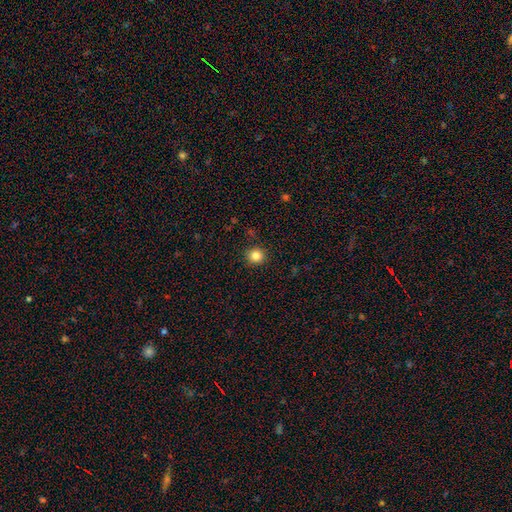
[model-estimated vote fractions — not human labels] Smooth or featured: smooth — 84% (star or artifact — 11%)
How rounded: round — 93% (in between — 7%)
Merging: none — 91% (minor disturbance — 6%)